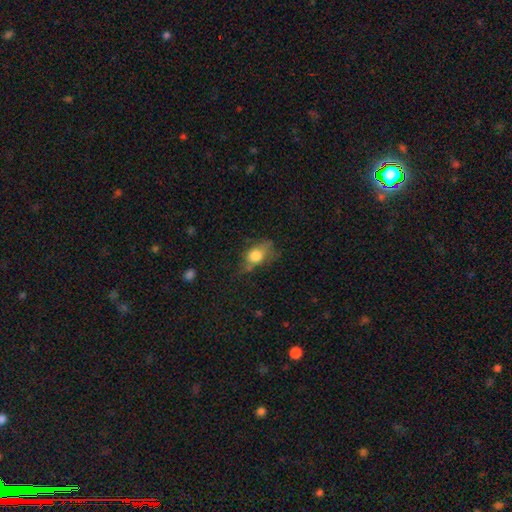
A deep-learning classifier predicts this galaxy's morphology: smooth-or-featured: smooth: 71% | featured or disk: 19% | star or artifact: 10%
  how-rounded: in between: 66% | round: 30% | cigar-shaped: 4%
  merging: none: 38% | minor disturbance: 32% | major disturbance: 27% | merger: 3%